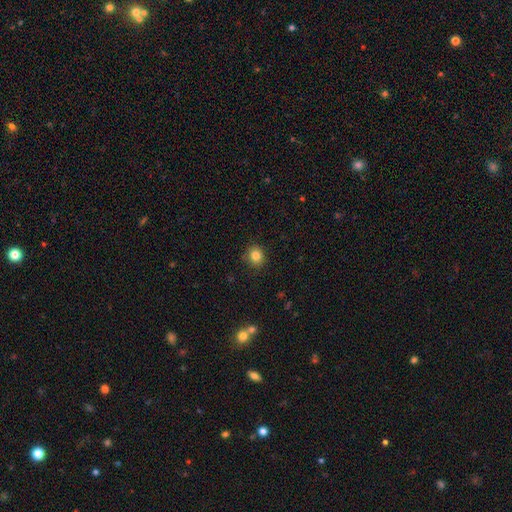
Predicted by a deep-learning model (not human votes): The model was most divided on "how rounded": round: 79%, in between: 20%, cigar-shaped: 1%. More confident: merging — none (87%); smooth or featured — smooth (83%).